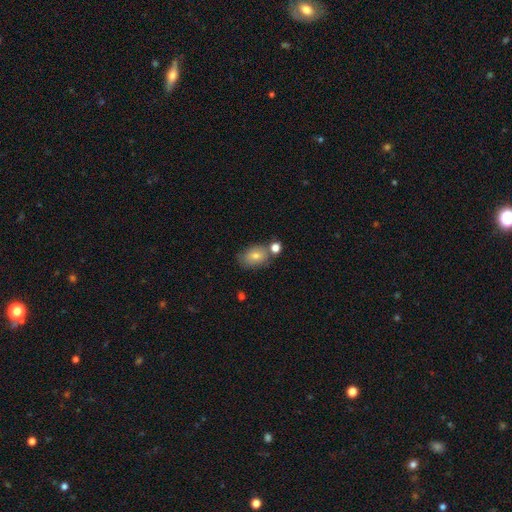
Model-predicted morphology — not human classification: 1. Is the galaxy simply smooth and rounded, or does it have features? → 72% smooth, 17% featured or disk, 11% star or artifact.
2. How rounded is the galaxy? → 73% in between, 25% round, 1% cigar-shaped.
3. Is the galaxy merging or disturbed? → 64% none, 16% minor disturbance, 16% merger, 4% major disturbance.